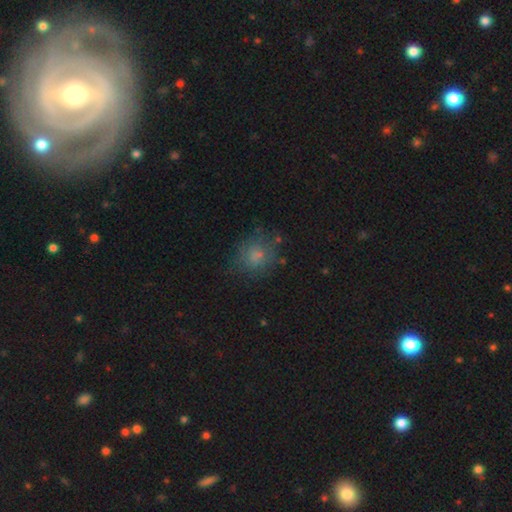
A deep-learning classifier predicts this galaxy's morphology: Overall: smooth (68%). How rounded: round (70%). Merging: none (64%).